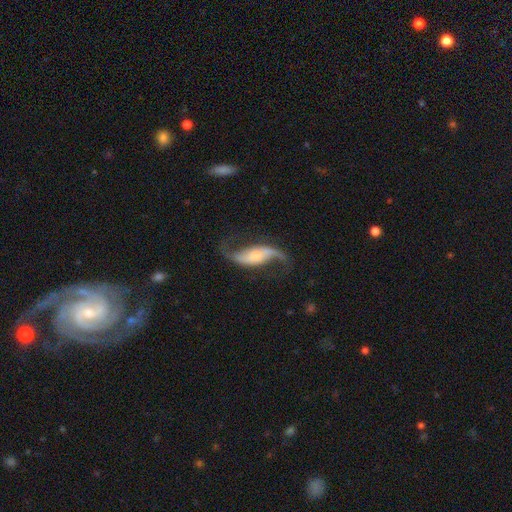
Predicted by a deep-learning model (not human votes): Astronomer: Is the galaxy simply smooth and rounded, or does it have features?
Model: featured or disk — 88%.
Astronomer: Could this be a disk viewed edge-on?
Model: no — 94%.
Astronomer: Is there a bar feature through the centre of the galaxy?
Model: no — 37% (runner-up: weak, 33%).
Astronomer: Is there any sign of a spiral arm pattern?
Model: yes — 97%.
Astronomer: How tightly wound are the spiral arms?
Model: loose — 87%.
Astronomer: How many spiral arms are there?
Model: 2 — 93%.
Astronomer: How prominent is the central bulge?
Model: small — 46% (runner-up: moderate, 40%).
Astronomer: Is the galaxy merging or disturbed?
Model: none — 75%.